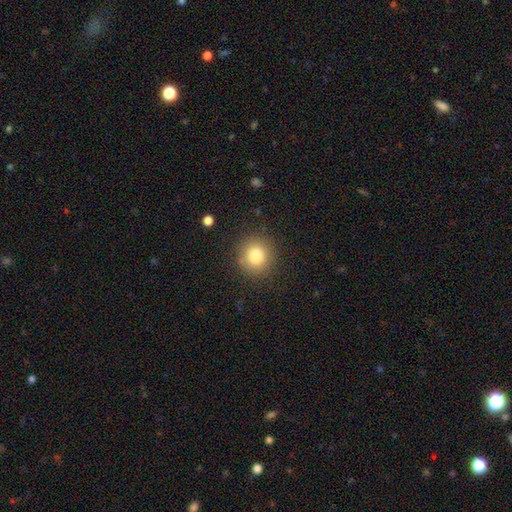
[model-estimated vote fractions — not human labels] Smooth or featured? Predicted: smooth (p=0.80). How rounded? Predicted: round (p=0.91). Merging? Predicted: none (p=0.87).